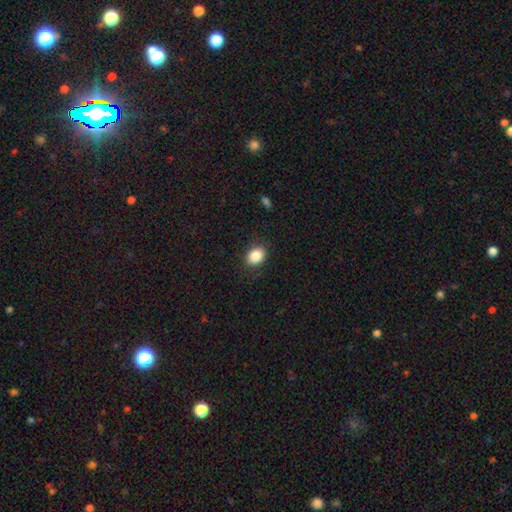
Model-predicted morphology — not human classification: Smooth or featured: smooth — 86% (star or artifact — 9%)
How rounded: in between — 60% (round — 39%)
Merging: none — 85% (minor disturbance — 11%)